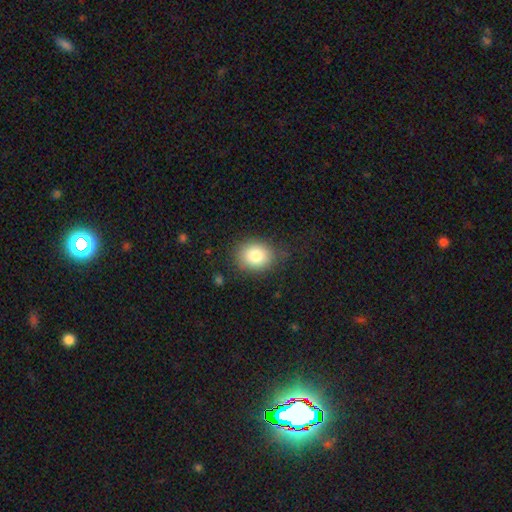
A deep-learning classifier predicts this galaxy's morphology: A smooth galaxy with no disk features (84%) that is round (57%). Merging: none (81%).